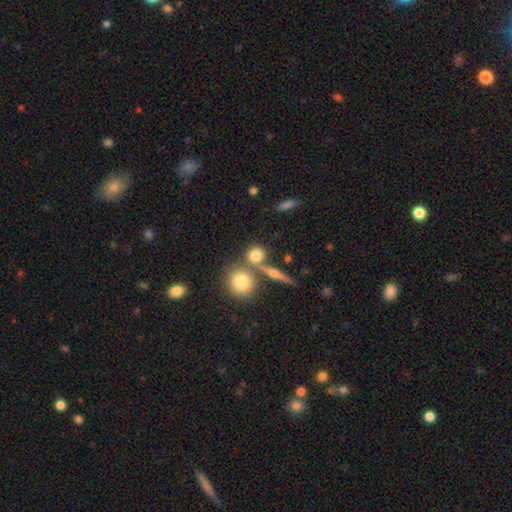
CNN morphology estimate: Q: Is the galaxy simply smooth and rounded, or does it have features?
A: smooth — 73%.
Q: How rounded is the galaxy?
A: round — 82%.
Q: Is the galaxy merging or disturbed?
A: none — 61%.